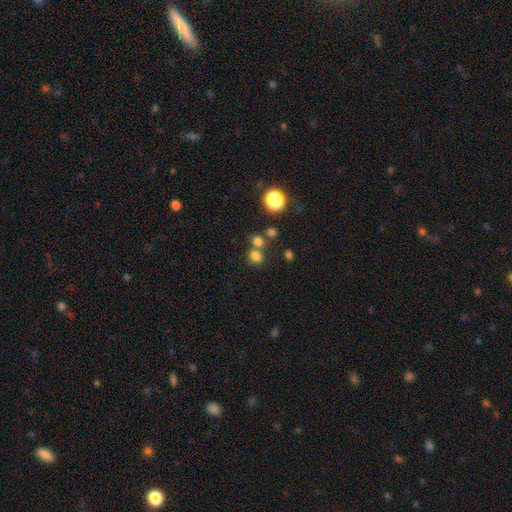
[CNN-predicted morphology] smooth 74%, star or artifact 19%, featured or disk 7%. Down the decision tree: how rounded — round (71%); merging — none (57%).